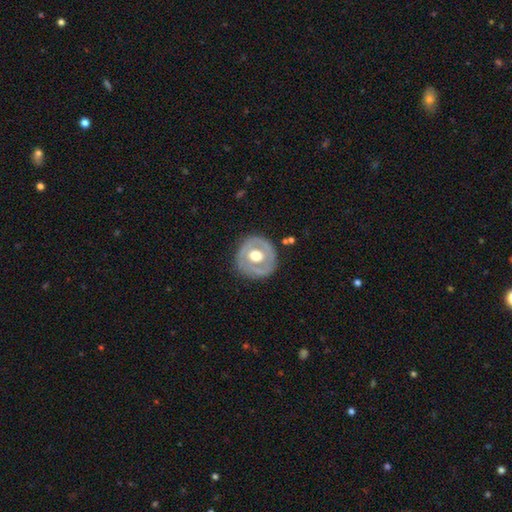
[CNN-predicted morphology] A featured or disk galaxy (59%) with no bar (82%), no spiral arms (81%) and a moderate central bulge (55%).

Vote fractions:
- Smooth or featured? featured or disk: 59% / smooth: 36% / star or artifact: 5%
- Edge-on disk? no: 95% / yes: 5%
- Bar? no: 82% / weak: 14% / strong: 4%
- Spiral arms? no: 81% / yes: 19%
- Bulge size? moderate: 55% / large: 39% / dominant: 3% / small: 3% / none: 1%
- Merging? none: 80% / minor disturbance: 13% / major disturbance: 5% / merger: 2%